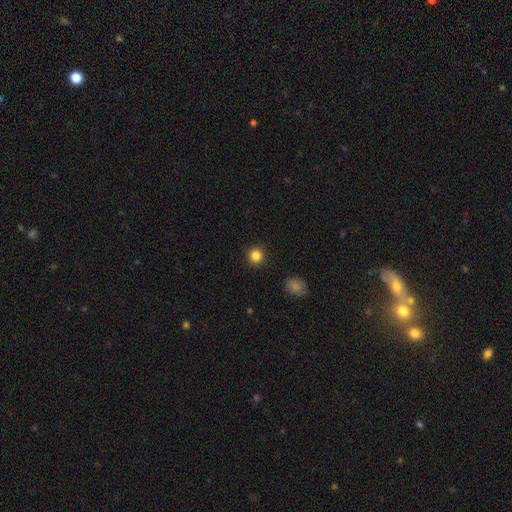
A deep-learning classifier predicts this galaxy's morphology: The model was most divided on "smooth or featured": smooth: 85%, star or artifact: 12%, featured or disk: 4%. More confident: how rounded — round (94%); merging — none (92%).